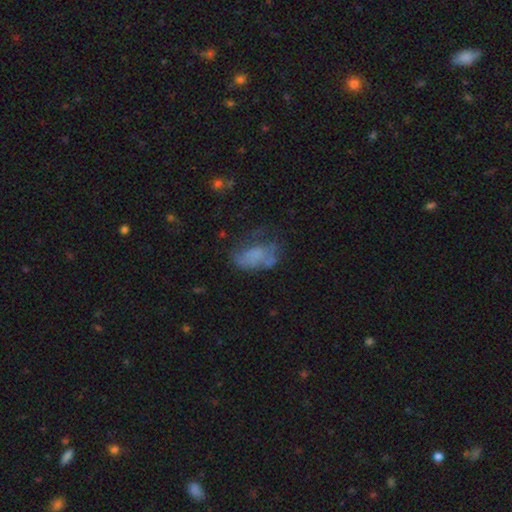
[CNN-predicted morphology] Overall: smooth (53%; featured or disk 33%). How rounded: in between (87%). Merging: none (35%; major disturbance 31%).